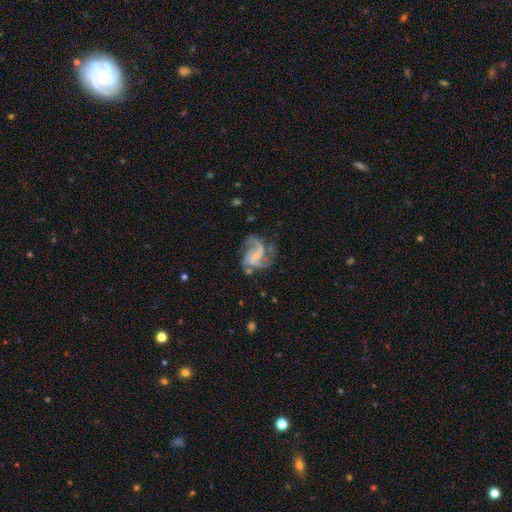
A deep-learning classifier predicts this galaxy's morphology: Smooth or featured? Predicted: featured or disk (p=0.86). Edge-on disk? Predicted: no (p=0.98). Bar? Predicted: weak (p=0.48). Spiral arms? Predicted: yes (p=0.95). Spiral winding? Predicted: medium (p=0.45). Spiral arm count? Predicted: 2 (p=0.50). Bulge size? Predicted: small (p=0.60). Merging? Predicted: none (p=0.54).